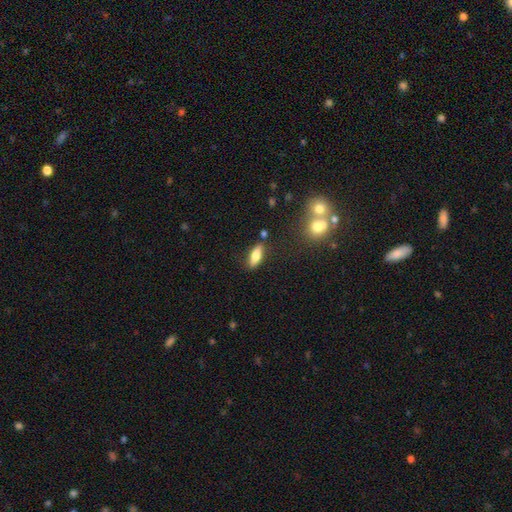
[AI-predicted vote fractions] Smooth or featured?
  - smooth: 69% *
  - featured or disk: 23%
  - star or artifact: 8%
How rounded?
  - in between: 65% *
  - cigar-shaped: 32%
  - round: 3%
Merging?
  - none: 82% *
  - minor disturbance: 11%
  - merger: 4%
  - major disturbance: 3%